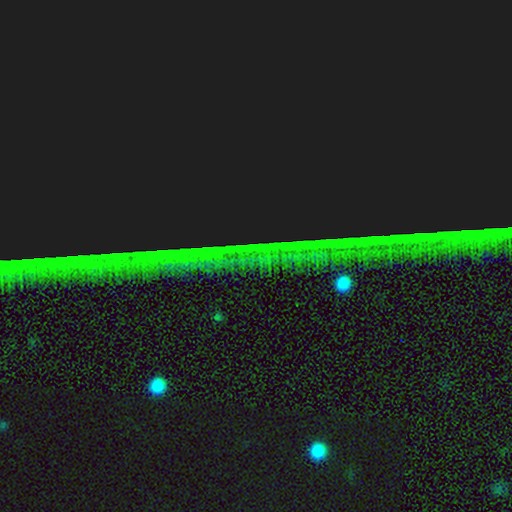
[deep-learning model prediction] Smooth or featured? Predicted: star or artifact (p=0.86).